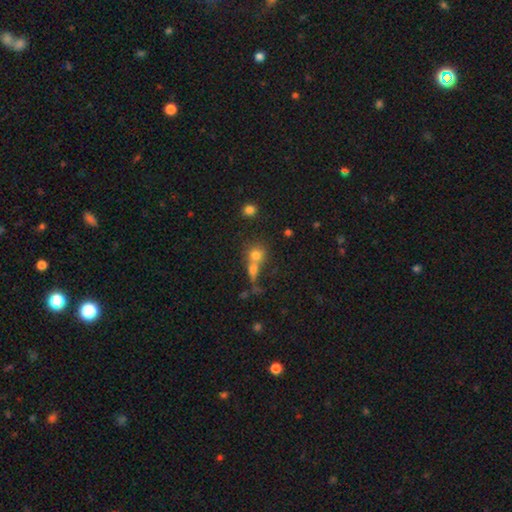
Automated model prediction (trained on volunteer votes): Overall: smooth (72%). How rounded: round (71%). Merging: merger (58%; none 29%).